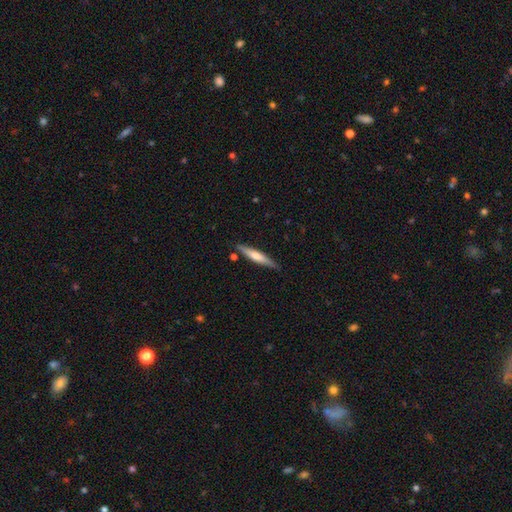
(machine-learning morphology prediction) The model was most divided on "smooth or featured": smooth: 49%, featured or disk: 46%, star or artifact: 6%. More confident: merging — none (85%).